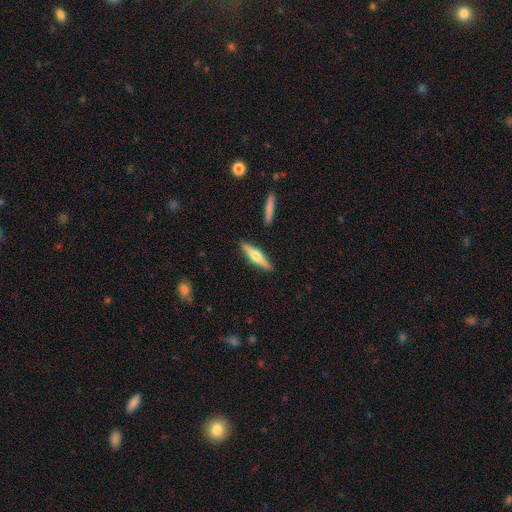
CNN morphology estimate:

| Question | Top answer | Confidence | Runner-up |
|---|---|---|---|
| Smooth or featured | featured or disk | 57% | smooth (37%) |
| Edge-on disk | yes | 96% | no (4%) |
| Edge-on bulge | rounded | 90% | boxy (6%) |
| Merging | none | 88% | minor disturbance (8%) |